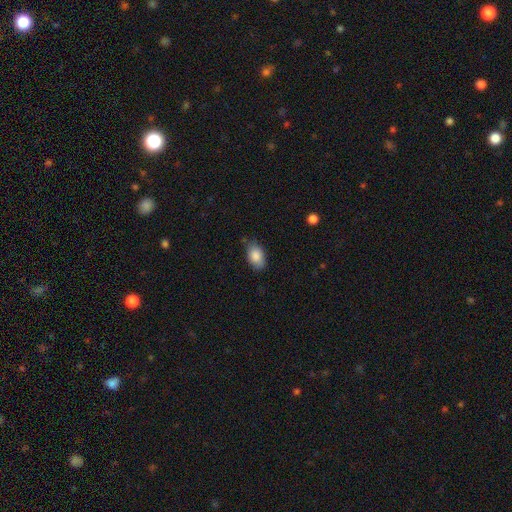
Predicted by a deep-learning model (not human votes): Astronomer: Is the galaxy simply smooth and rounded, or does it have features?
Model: smooth — 86%.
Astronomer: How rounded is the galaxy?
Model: in between — 91%.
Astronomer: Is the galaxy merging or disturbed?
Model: none — 75%.